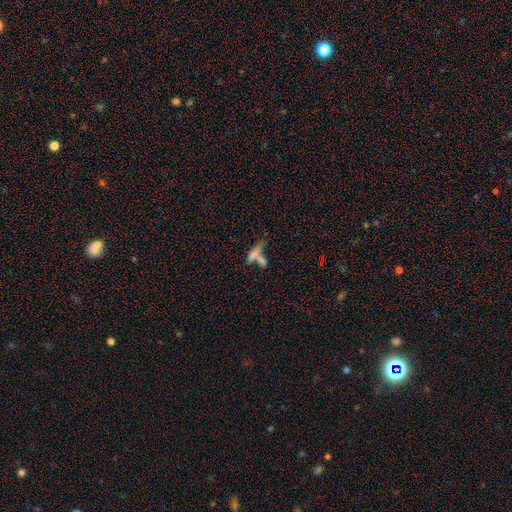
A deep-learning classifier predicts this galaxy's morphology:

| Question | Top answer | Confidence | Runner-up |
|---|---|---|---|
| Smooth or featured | smooth | 60% | featured or disk (27%) |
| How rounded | cigar-shaped | 65% | in between (30%) |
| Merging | merger | 52% | none (32%) |